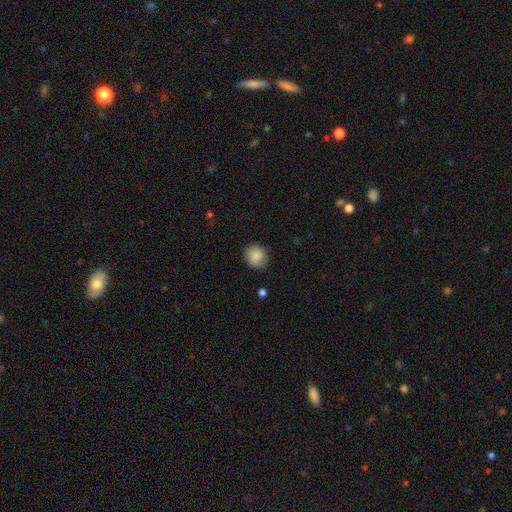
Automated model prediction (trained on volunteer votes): Q: Smooth or featured?
A: smooth (84%); runner-up: featured or disk (9%)
Q: How rounded?
A: round (81%); runner-up: in between (18%)
Q: Merging?
A: none (76%); runner-up: minor disturbance (18%)